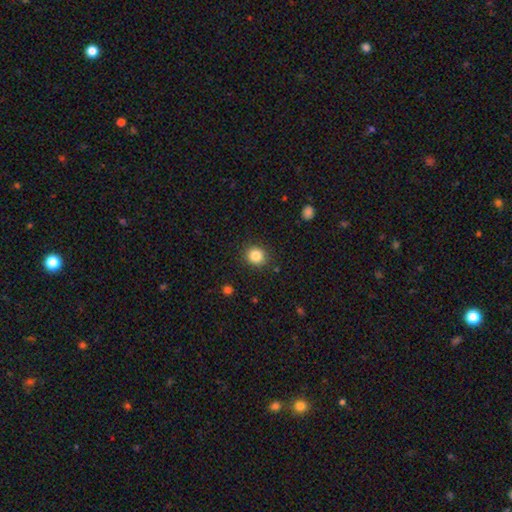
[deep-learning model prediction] Smooth or featured: smooth — 85% (star or artifact — 11%)
How rounded: round — 83% (in between — 16%)
Merging: none — 89% (minor disturbance — 7%)